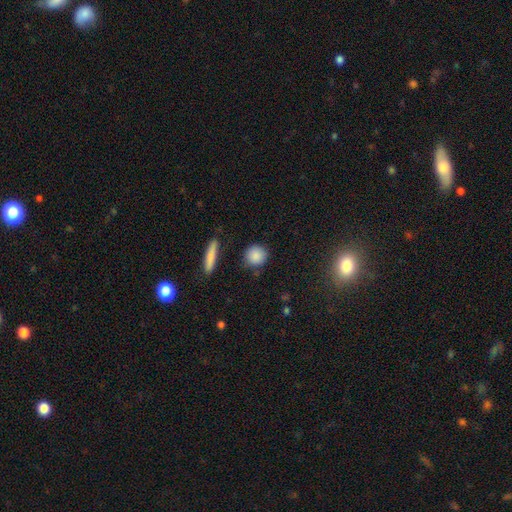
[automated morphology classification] Smooth or featured?
  - smooth: 87% *
  - star or artifact: 8%
  - featured or disk: 5%
How rounded?
  - round: 87% *
  - in between: 11%
  - cigar-shaped: 3%
Merging?
  - none: 82% *
  - minor disturbance: 11%
  - major disturbance: 3%
  - merger: 3%